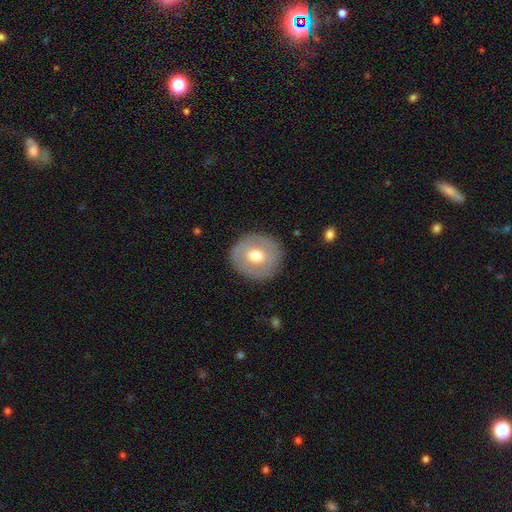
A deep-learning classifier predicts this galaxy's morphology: The model was most divided on "smooth or featured": smooth: 56%, featured or disk: 37%, star or artifact: 7%. More confident: merging — none (86%); how rounded — round (82%).